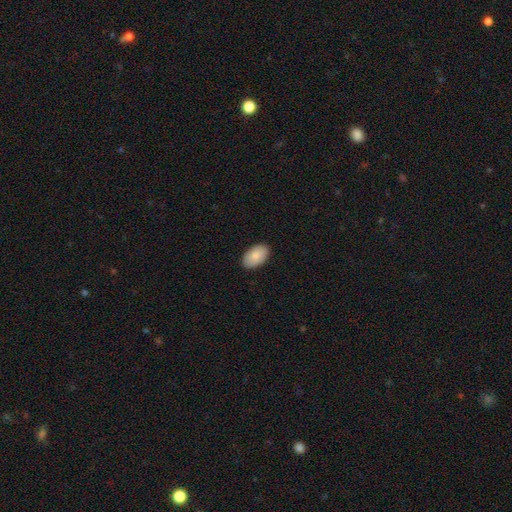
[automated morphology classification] Smooth or featured? smooth (85%)
How rounded? in between (94%)
Merging? none (88%)